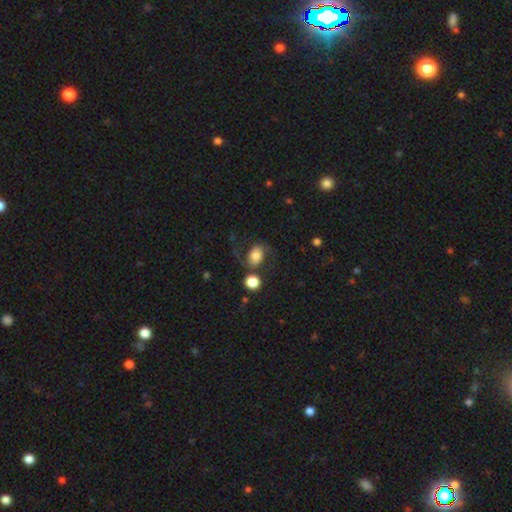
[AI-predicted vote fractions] This appears to be a smooth galaxy with no disk features (48%). Merging: none (56%).